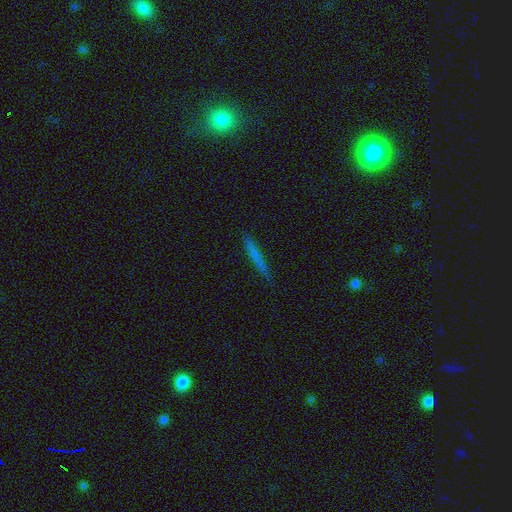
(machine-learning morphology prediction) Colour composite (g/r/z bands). It shows a smooth galaxy with no disk features (69%) that is cigar-shaped (96%). Merging: none (86%).